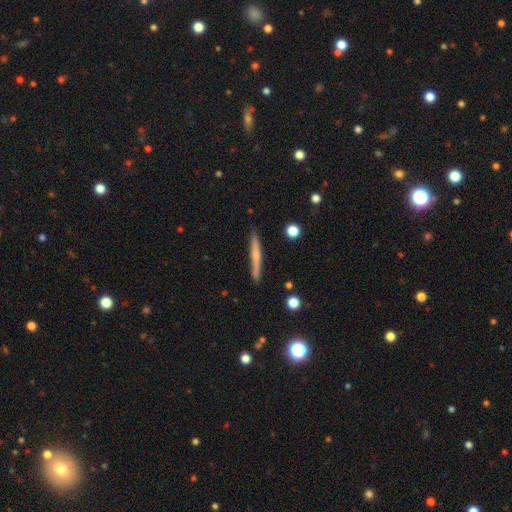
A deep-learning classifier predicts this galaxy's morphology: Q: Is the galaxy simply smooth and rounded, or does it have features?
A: smooth — 50%.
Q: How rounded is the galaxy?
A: cigar-shaped — 96%.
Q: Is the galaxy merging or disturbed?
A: none — 89%.